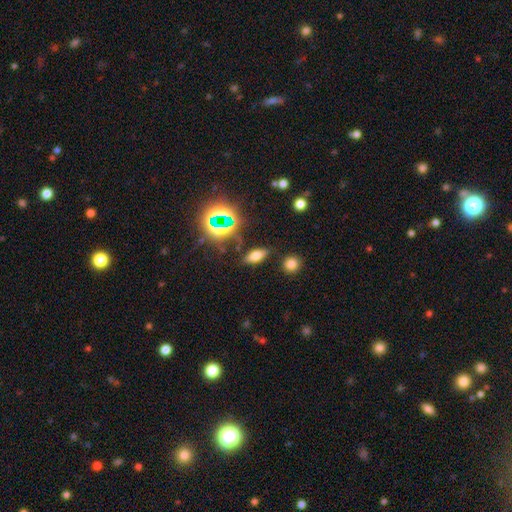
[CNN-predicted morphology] Overall: smooth (58%; star or artifact 24%). How rounded: in between (74%). Merging: none (81%).